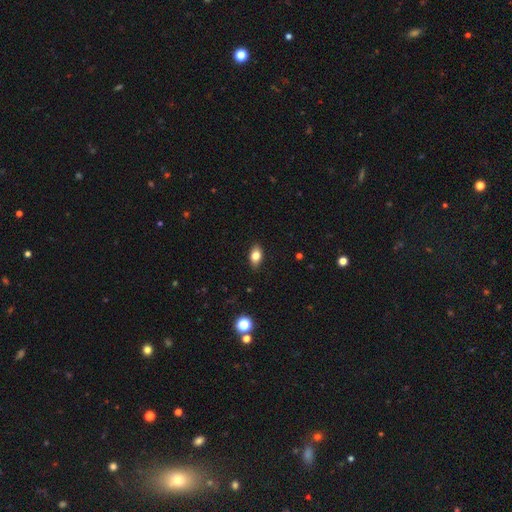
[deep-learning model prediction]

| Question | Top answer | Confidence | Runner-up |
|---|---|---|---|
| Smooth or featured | smooth | 79% | featured or disk (12%) |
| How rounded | in between | 87% | round (9%) |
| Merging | none | 87% | minor disturbance (10%) |